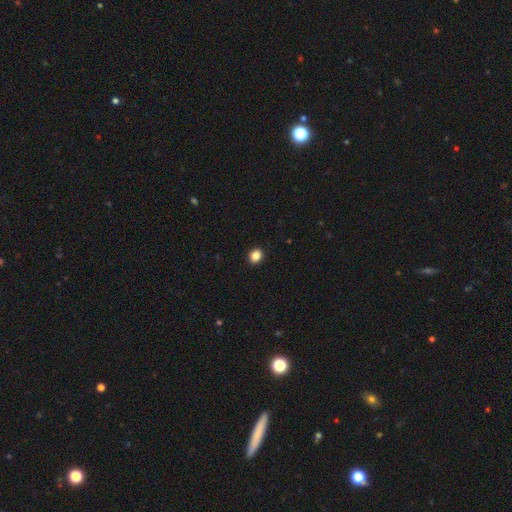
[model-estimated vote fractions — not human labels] This is clearly a smooth galaxy (86%). How rounded: likely round (67%). Merging: clearly none (92%).